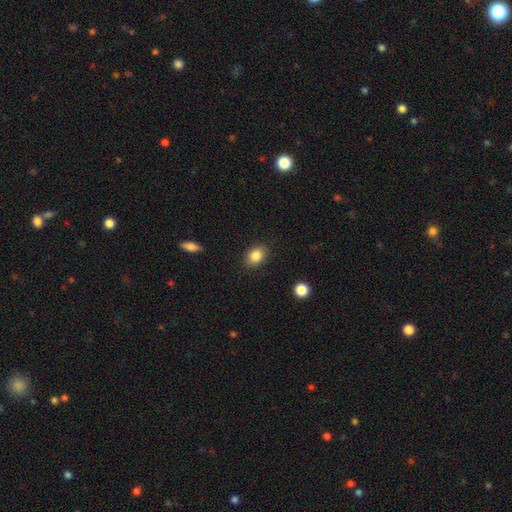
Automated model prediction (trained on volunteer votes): Q: Smooth or featured?
A: smooth (85%); runner-up: star or artifact (9%)
Q: How rounded?
A: in between (65%); runner-up: round (34%)
Q: Merging?
A: none (86%); runner-up: minor disturbance (10%)